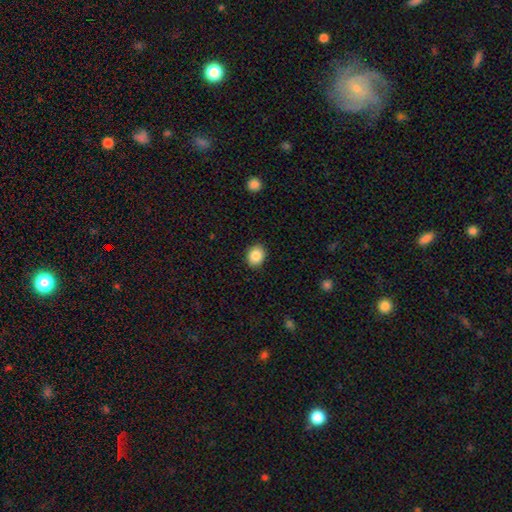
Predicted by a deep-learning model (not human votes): Overall: smooth (87%). How rounded: round (61%; in between 38%). Merging: none (90%).